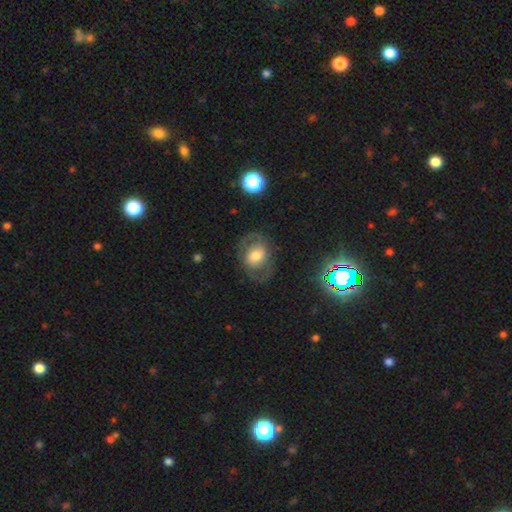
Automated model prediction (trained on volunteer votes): smooth-or-featured: featured or disk: 54% | smooth: 37% | star or artifact: 9%
  disk-edge-on: no: 96% | yes: 4%
    bar: no: 59% | weak: 30% | strong: 10%
    has-spiral-arms: yes: 64% | no: 36%
    bulge-size: moderate: 59% | large: 22% | small: 14% | dominant: 3% | none: 2%
  merging: none: 69% | minor disturbance: 16% | major disturbance: 14% | merger: 2%